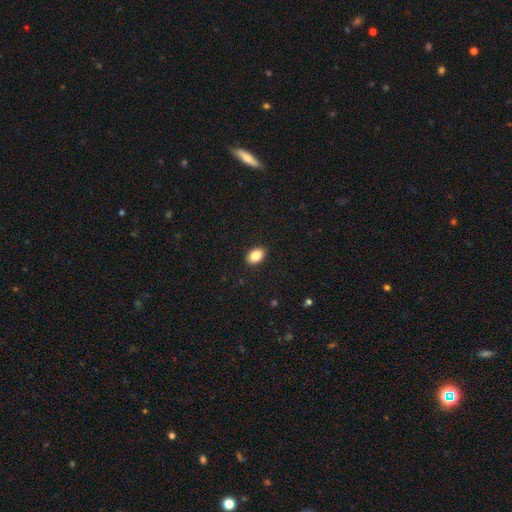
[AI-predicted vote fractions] smooth_or_featured: smooth (p=0.85) [alt: star or artifact p=0.08]
how_rounded: in between (p=0.85) [alt: round p=0.14]
merging: none (p=0.90) [alt: minor disturbance p=0.07]